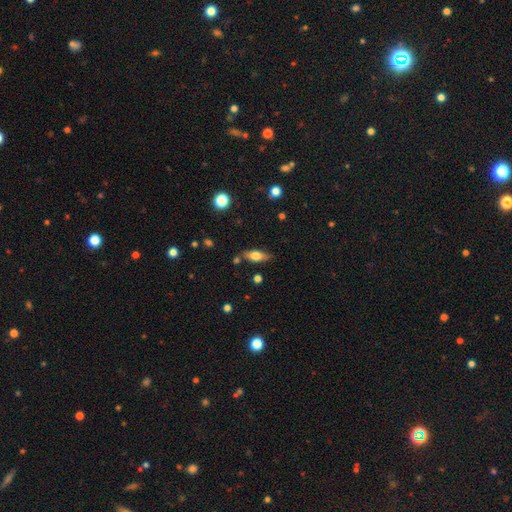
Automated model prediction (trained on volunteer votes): smooth-or-featured: smooth: 61% | featured or disk: 31% | star or artifact: 8%
  how-rounded: in between: 68% | cigar-shaped: 28% | round: 4%
  merging: none: 78% | minor disturbance: 14% | merger: 5% | major disturbance: 3%